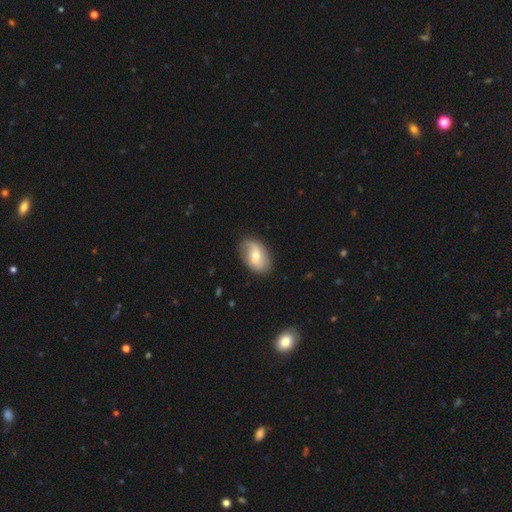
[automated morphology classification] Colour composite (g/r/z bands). It shows a featured or disk galaxy (51%). Merging: none (79%).